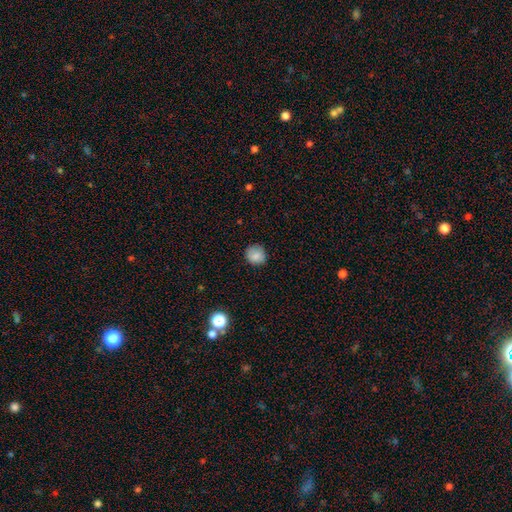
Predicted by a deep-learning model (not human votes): smooth 83%, star or artifact 9%, featured or disk 8%. Down the decision tree: how rounded — round (88%); merging — none (84%).